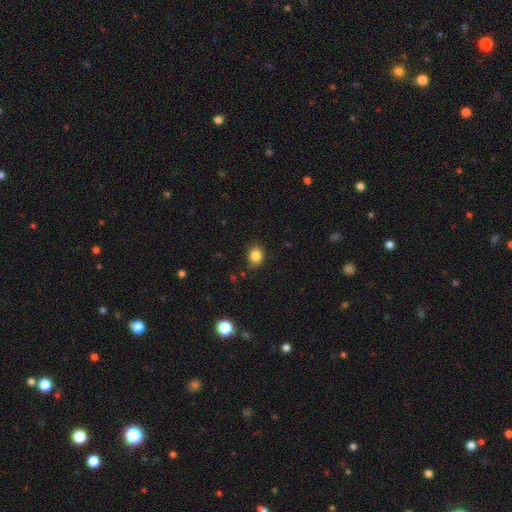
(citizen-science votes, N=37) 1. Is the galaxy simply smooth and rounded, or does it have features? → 81% smooth, 11% featured or disk, 8% star or artifact.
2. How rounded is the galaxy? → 70% round, 30% in between, 0% cigar-shaped.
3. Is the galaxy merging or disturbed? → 74% none, 26% minor disturbance, 0% major disturbance, 0% merger.